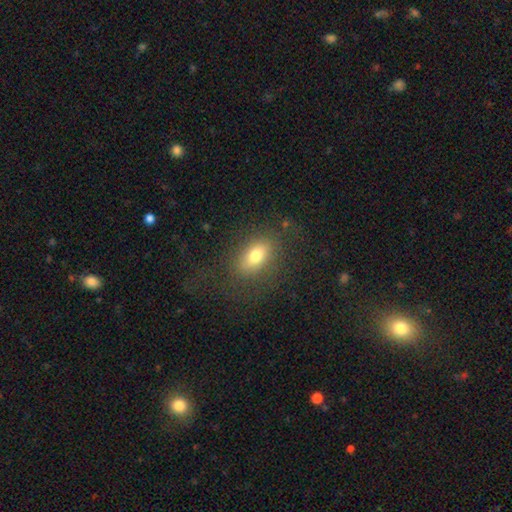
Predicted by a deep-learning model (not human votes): This appears to be a smooth galaxy with no disk features (74%) that is in between round and cigar-shaped (82%). Merging: none (79%).